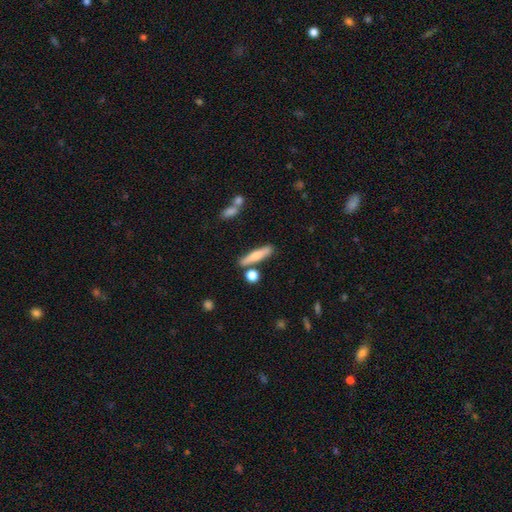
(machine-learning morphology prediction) Smooth or featured? Predicted: smooth (p=0.66). How rounded? Predicted: cigar-shaped (p=0.82). Merging? Predicted: none (p=0.77).